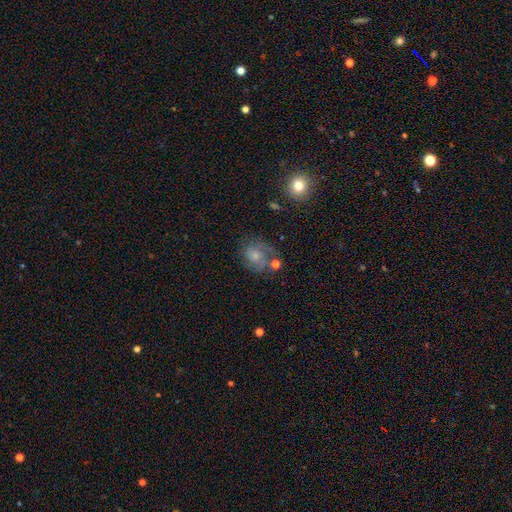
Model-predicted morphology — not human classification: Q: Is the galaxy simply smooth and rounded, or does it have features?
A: featured or disk — 55%.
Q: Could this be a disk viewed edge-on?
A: no — 98%.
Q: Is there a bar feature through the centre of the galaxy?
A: no — 75%.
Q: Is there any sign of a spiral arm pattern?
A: yes — 84%.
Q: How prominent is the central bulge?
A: small — 53%.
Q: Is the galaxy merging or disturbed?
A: none — 51%.